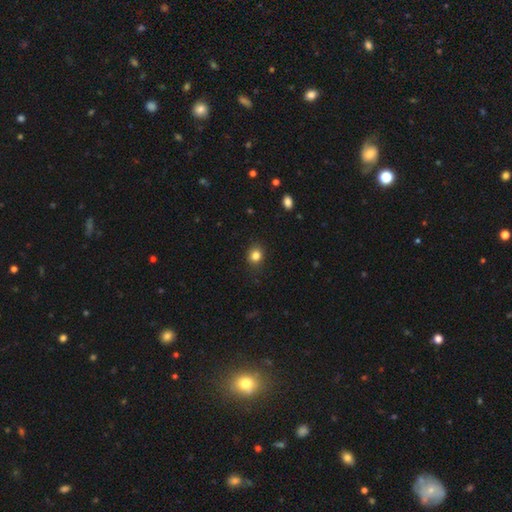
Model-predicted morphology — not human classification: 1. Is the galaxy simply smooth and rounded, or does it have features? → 83% smooth, 12% star or artifact, 5% featured or disk.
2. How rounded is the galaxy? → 73% round, 26% in between, 1% cigar-shaped.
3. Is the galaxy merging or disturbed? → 86% none, 10% minor disturbance, 3% major disturbance, 1% merger.